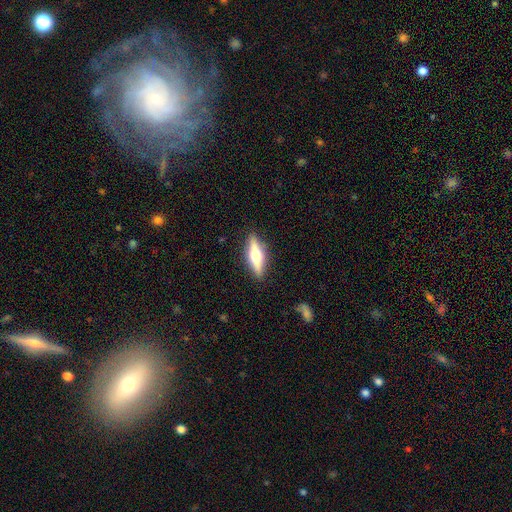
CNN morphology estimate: Smooth or featured? Predicted: featured or disk (p=0.60). Edge-on disk? Predicted: yes (p=0.95). Edge-on bulge? Predicted: rounded (p=0.94). Merging? Predicted: none (p=0.89).